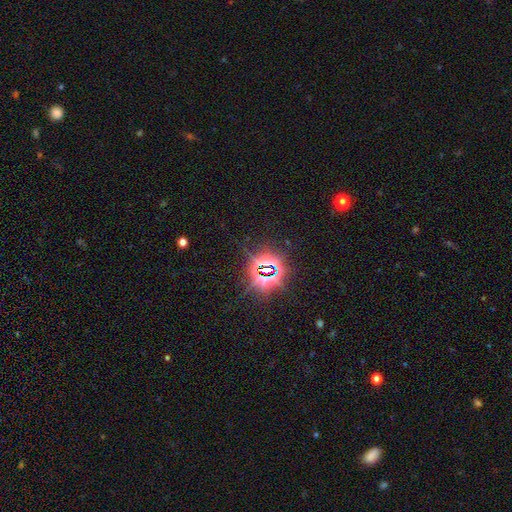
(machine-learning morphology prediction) Smooth or featured? star or artifact (84%)